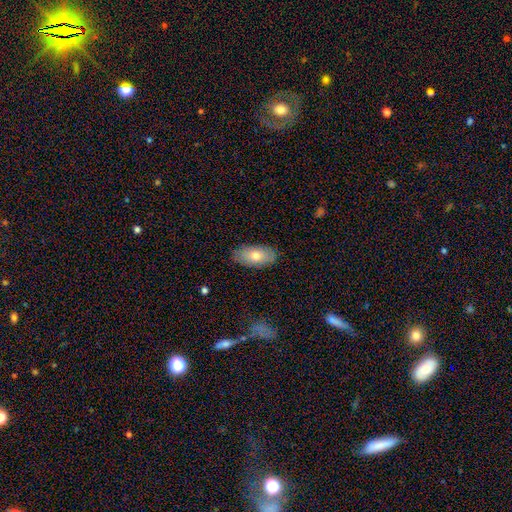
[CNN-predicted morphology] Smooth or featured?
  - smooth: 74% *
  - featured or disk: 20%
  - star or artifact: 6%
How rounded?
  - in between: 92% *
  - cigar-shaped: 4%
  - round: 3%
Merging?
  - none: 86% *
  - minor disturbance: 10%
  - major disturbance: 2%
  - merger: 1%